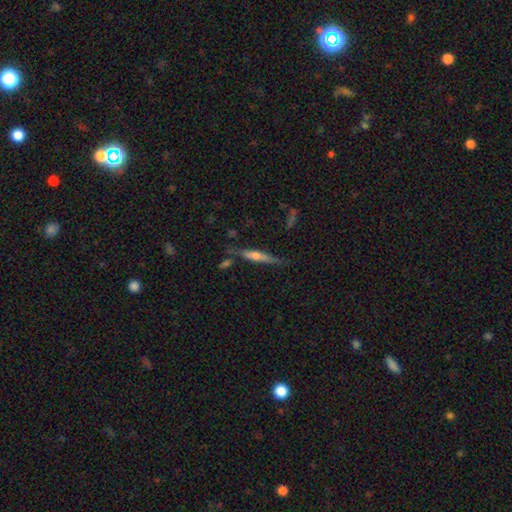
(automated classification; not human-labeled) Smooth or featured? featured or disk (58%)
Edge-on disk? yes (95%)
Edge-on bulge? rounded (77%)
Merging? none (75%)